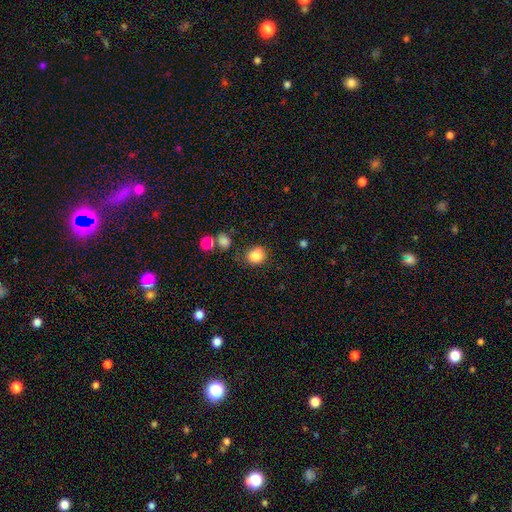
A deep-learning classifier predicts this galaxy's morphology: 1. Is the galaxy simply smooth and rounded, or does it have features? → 85% smooth, 10% star or artifact, 5% featured or disk.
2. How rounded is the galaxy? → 74% round, 26% in between, 1% cigar-shaped.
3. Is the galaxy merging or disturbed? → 74% none, 16% minor disturbance, 5% merger, 4% major disturbance.